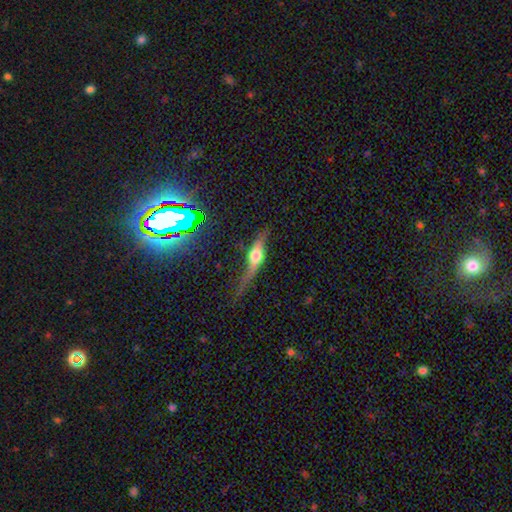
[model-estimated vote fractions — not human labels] Q: Smooth or featured?
A: featured or disk (63%); runner-up: smooth (28%)
Q: Edge-on disk?
A: yes (74%); runner-up: no (26%)
Q: Merging?
A: none (43%); runner-up: minor disturbance (29%)